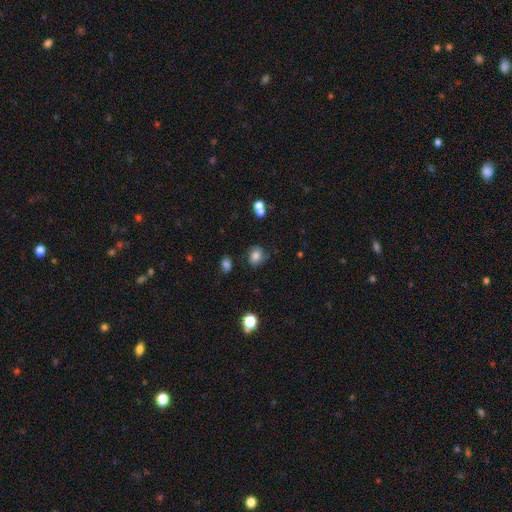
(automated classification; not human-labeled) Morphology: type=smooth (60%); roundness=round (56%); merging=none (64%).